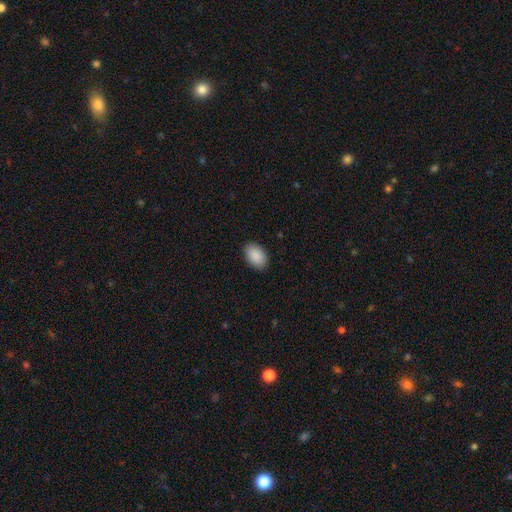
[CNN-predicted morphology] Smooth or featured? Predicted: smooth (p=0.91). How rounded? Predicted: in between (p=0.90). Merging? Predicted: none (p=0.89).